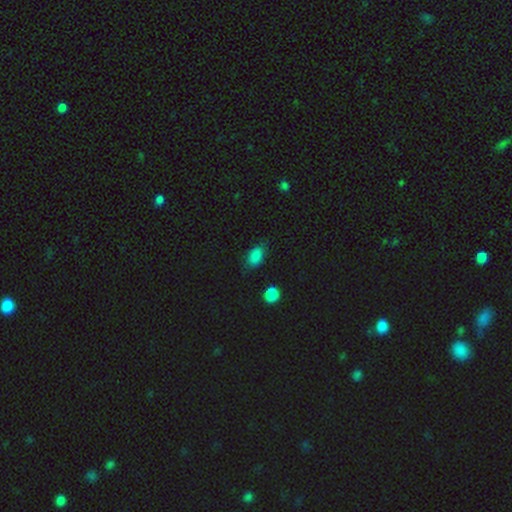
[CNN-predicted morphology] Q: Smooth or featured?
A: smooth (85%); runner-up: star or artifact (10%)
Q: How rounded?
A: in between (88%); runner-up: round (9%)
Q: Merging?
A: none (73%); runner-up: minor disturbance (20%)